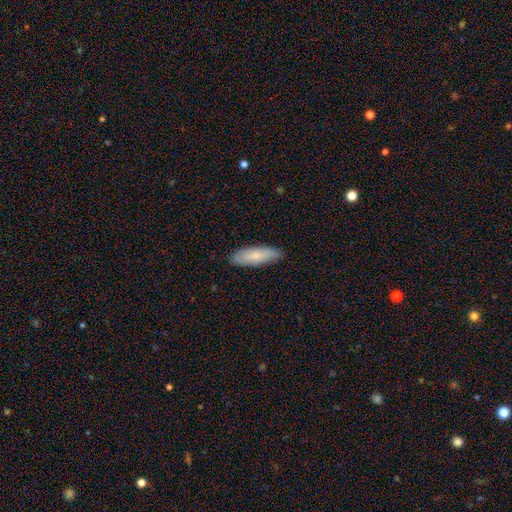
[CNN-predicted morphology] Smooth or featured? Predicted: smooth (p=0.73). How rounded? Predicted: in between (p=0.52). Merging? Predicted: none (p=0.83).